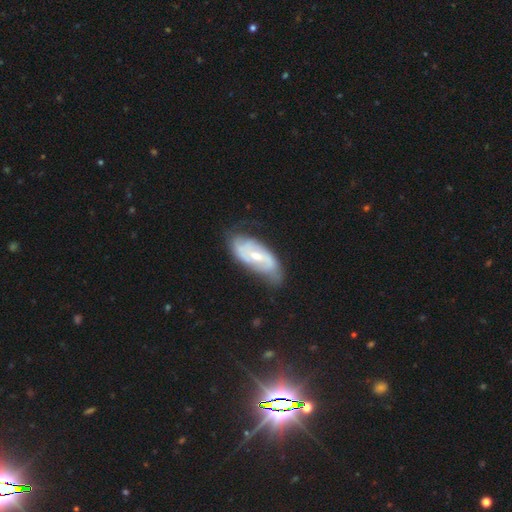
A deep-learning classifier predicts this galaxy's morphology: smooth-or-featured: featured or disk: 75% | smooth: 19% | star or artifact: 6%
  disk-edge-on: no: 93% | yes: 7%
    bar: weak: 50% | no: 29% | strong: 21%
    has-spiral-arms: yes: 88% | no: 12%
      spiral-winding: medium: 41% | tight: 32% | loose: 27%
      spiral-arm-count: 2: 70% | can't tell: 20% | 3: 4% | 1: 3% | 4: 2% | more than 4: 2%
    bulge-size: moderate: 51% | small: 45% | large: 2% | none: 2% | dominant: 1%
  merging: none: 64% | minor disturbance: 26% | major disturbance: 8% | merger: 2%